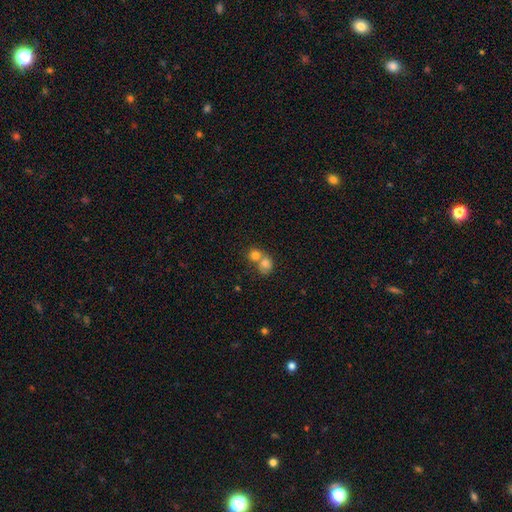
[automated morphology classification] Overall: smooth (78%). How rounded: round (76%). Merging: merger (62%; none 31%).